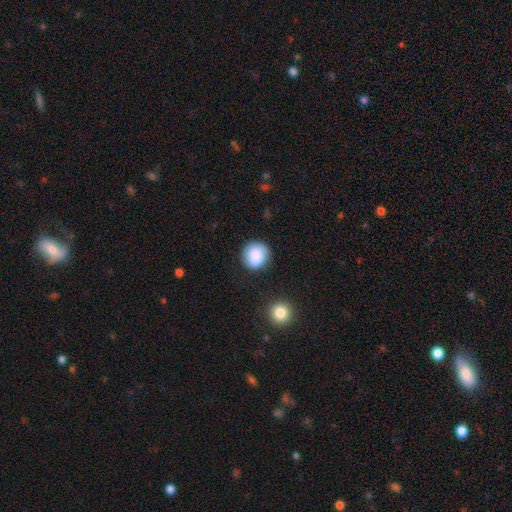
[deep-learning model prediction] smooth_or_featured: smooth (p=0.86) [alt: star or artifact p=0.08]
how_rounded: round (p=0.90) [alt: in between p=0.09]
merging: none (p=0.82) [alt: minor disturbance p=0.12]